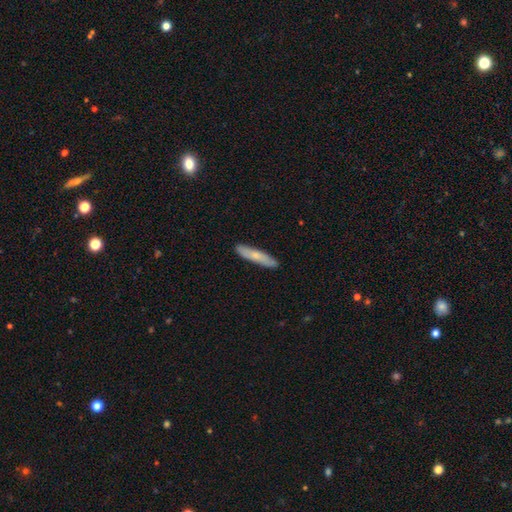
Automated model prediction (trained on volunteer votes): Overall: smooth (65%; featured or disk 30%). How rounded: cigar-shaped (88%). Merging: none (89%).